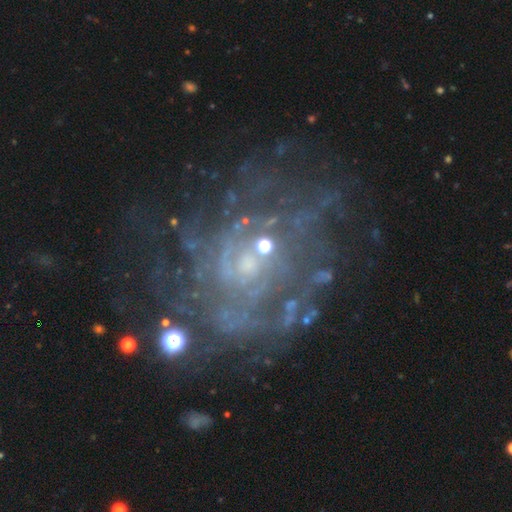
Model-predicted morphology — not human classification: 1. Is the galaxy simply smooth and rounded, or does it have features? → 82% featured or disk, 11% star or artifact, 7% smooth.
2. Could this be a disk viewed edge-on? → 97% no, 3% yes.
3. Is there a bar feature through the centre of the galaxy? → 71% no, 24% weak, 5% strong.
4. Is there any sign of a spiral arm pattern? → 80% yes, 20% no.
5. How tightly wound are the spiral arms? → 56% tight, 31% medium, 13% loose.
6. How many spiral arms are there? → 50% can't tell, 12% 2, 11% 3, 10% more than 4, 10% 4, 6% 1.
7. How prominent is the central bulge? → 65% small, 23% moderate, 10% none, 2% large, 1% dominant.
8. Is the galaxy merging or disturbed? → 62% none, 17% minor disturbance, 17% major disturbance, 4% merger.